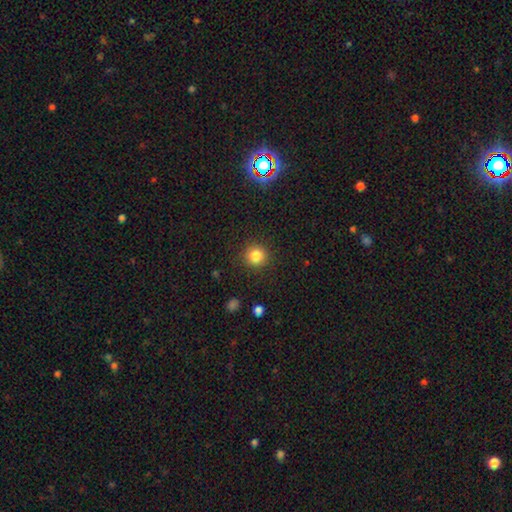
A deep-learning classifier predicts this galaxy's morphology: A smooth galaxy with no disk features (84%) that is round (93%). Merging: none (89%).